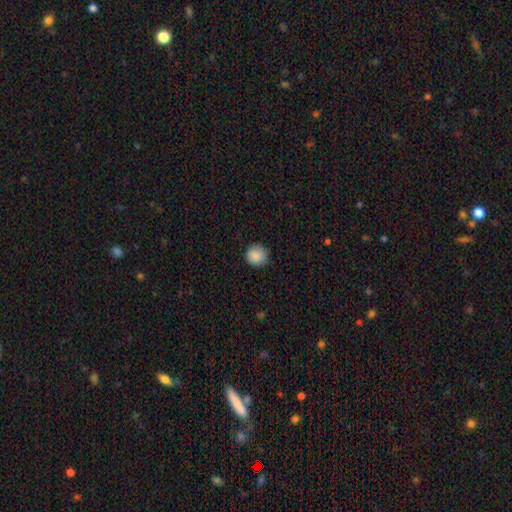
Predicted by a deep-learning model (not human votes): Smooth or featured? smooth (88%)
How rounded? round (88%)
Merging? none (85%)